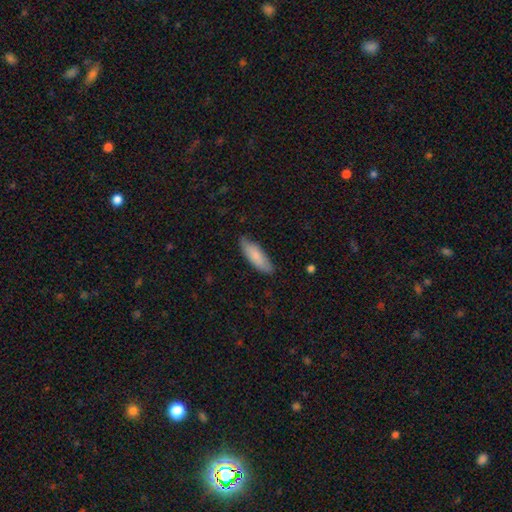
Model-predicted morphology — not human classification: A smooth galaxy with no disk features (82%) that is in between round and cigar-shaped (54%). Merging: none (80%).